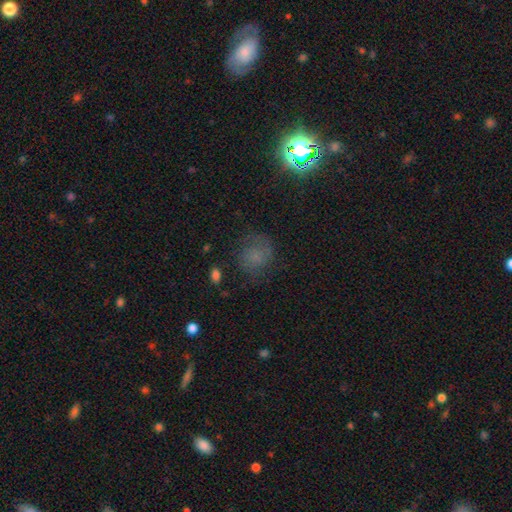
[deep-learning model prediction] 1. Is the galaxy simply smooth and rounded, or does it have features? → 50% smooth, 28% featured or disk, 21% star or artifact.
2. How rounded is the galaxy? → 76% round, 23% in between, 1% cigar-shaped.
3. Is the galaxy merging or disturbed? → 61% none, 22% minor disturbance, 16% major disturbance, 2% merger.